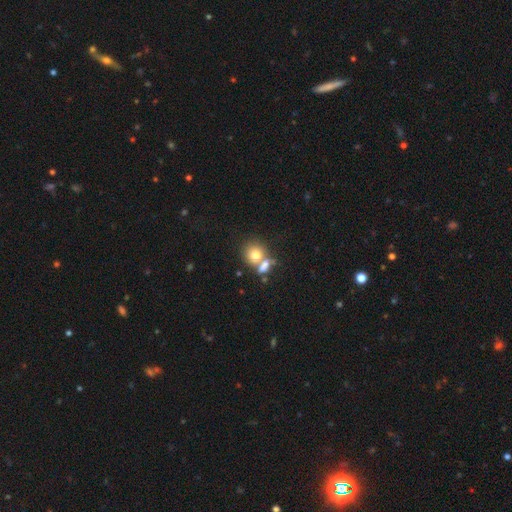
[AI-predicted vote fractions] smooth_or_featured: smooth (p=0.75) [alt: featured or disk p=0.14]
how_rounded: round (p=0.77) [alt: in between p=0.21]
merging: merger (p=0.46) [alt: none p=0.41]